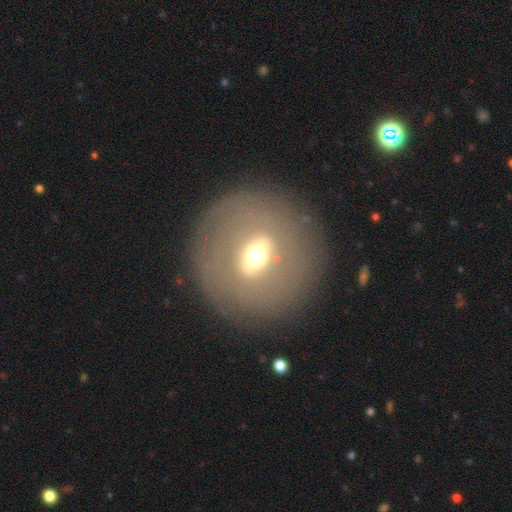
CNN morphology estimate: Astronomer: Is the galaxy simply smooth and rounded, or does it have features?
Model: featured or disk — 62%.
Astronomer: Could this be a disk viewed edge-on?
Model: no — 73%.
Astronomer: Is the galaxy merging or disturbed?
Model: none — 83%.